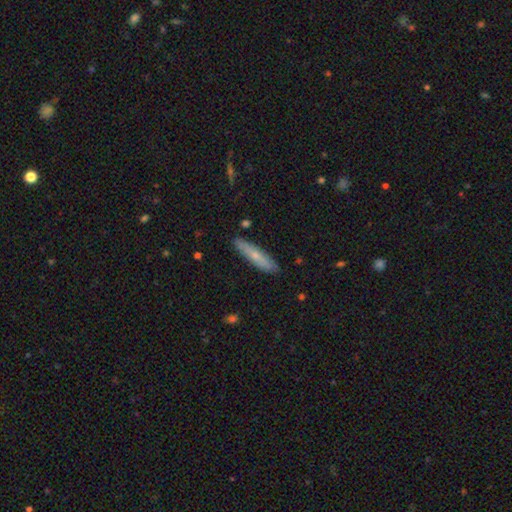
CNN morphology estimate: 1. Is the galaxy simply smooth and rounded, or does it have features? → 62% smooth, 32% featured or disk, 6% star or artifact.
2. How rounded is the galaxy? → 85% cigar-shaped, 13% in between, 2% round.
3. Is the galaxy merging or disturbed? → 87% none, 10% minor disturbance, 2% major disturbance, 1% merger.